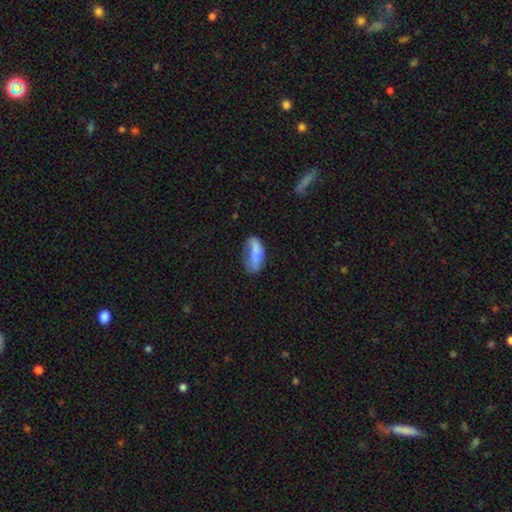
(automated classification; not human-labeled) Overall: smooth (73%). How rounded: in between (80%). Merging: none (39%; minor disturbance 33%).